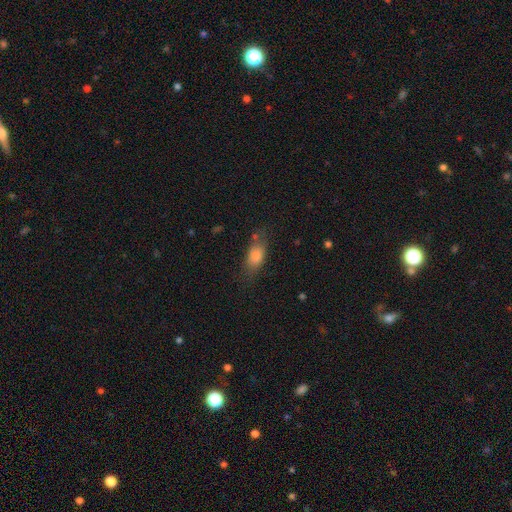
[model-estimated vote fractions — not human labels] A smooth galaxy with no disk features (77%) that is in between round and cigar-shaped (79%). Merging: none (68%).